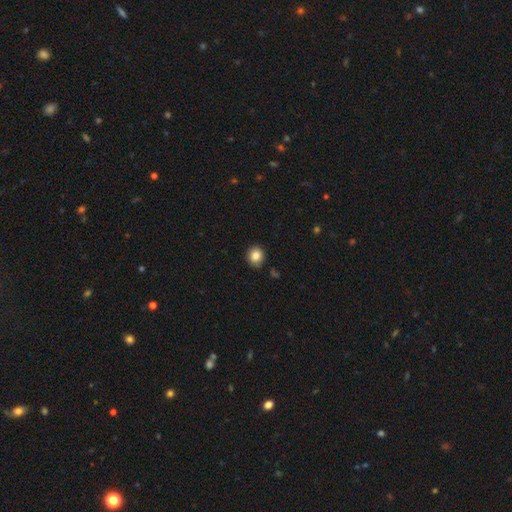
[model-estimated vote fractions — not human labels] Overall: smooth (85%). How rounded: round (79%). Merging: none (88%).